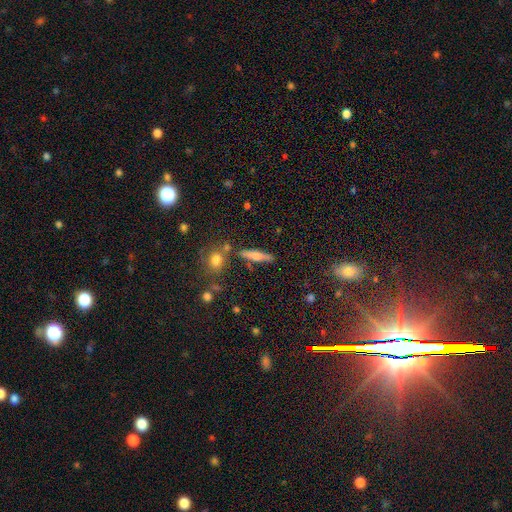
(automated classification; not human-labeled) smooth_or_featured: smooth (p=0.55) [alt: featured or disk p=0.36]
how_rounded: cigar-shaped (p=0.78) [alt: in between p=0.19]
merging: none (p=0.78) [alt: minor disturbance p=0.11]